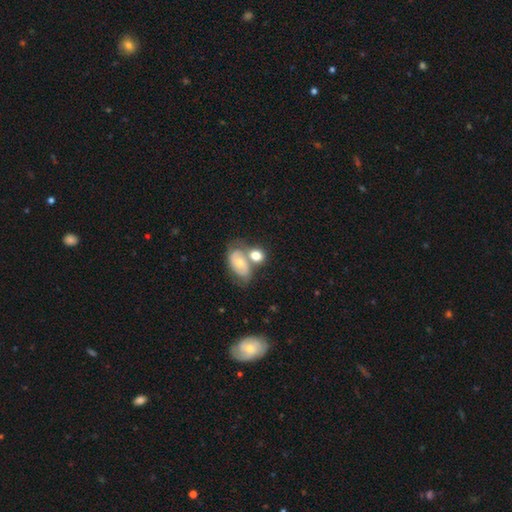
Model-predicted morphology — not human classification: smooth 59%, featured or disk 32%, star or artifact 9%. Down the decision tree: how rounded — in between (52%); merging — merger (42%).